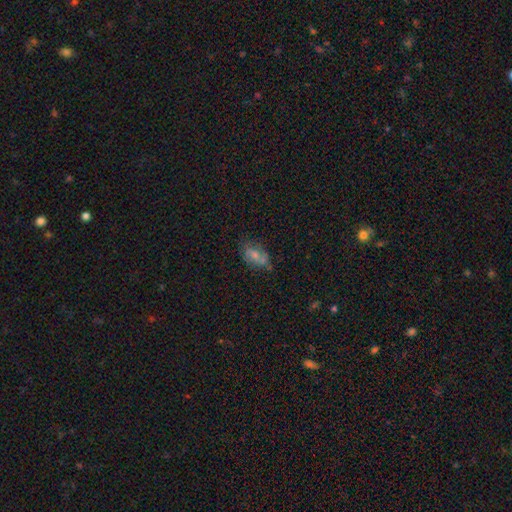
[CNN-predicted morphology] A smooth galaxy with no disk features (49%).

Vote fractions:
- Smooth or featured? smooth: 49% / featured or disk: 41% / star or artifact: 10%
- Merging? none: 59% / minor disturbance: 26% / major disturbance: 10% / merger: 5%